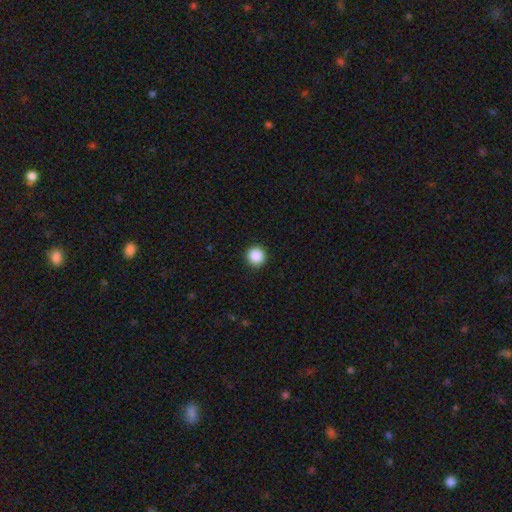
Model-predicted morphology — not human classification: Smooth or featured: smooth — 88% (star or artifact — 9%)
How rounded: round — 96% (in between — 3%)
Merging: none — 93% (minor disturbance — 5%)